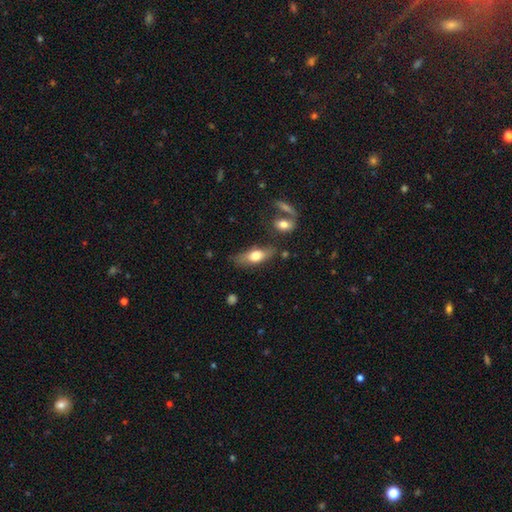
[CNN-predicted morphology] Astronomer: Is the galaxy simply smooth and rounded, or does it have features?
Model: smooth — 65%.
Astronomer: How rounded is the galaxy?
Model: in between — 69%.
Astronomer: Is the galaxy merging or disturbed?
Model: none — 68%.